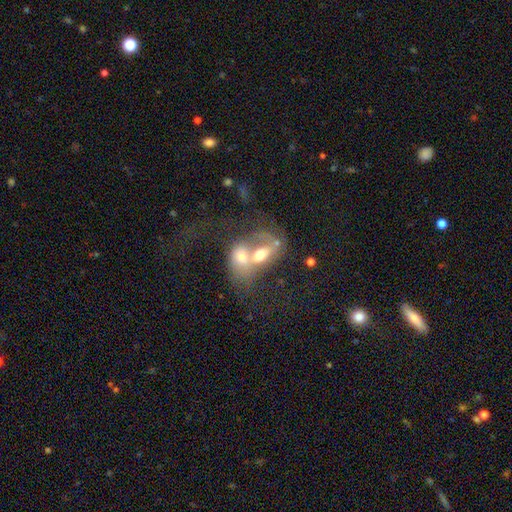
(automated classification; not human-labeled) featured or disk 52%, smooth 38%, star or artifact 10%. Down the decision tree: edge-on disk — no (94%); merging — merger (82%).